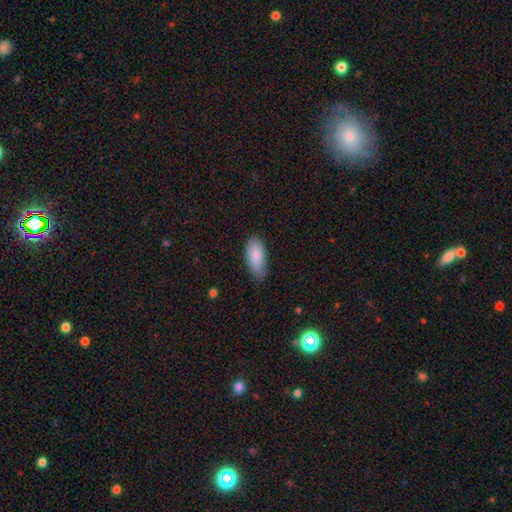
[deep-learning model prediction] Morphology: type=smooth (87%); roundness=in between (88%); merging=none (77%).